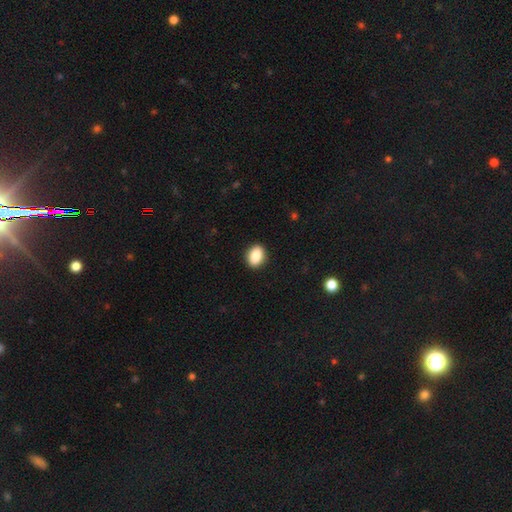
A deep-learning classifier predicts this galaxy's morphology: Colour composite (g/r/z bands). It shows a smooth galaxy with no disk features (88%) that is in between round and cigar-shaped (74%). Merging: none (91%).